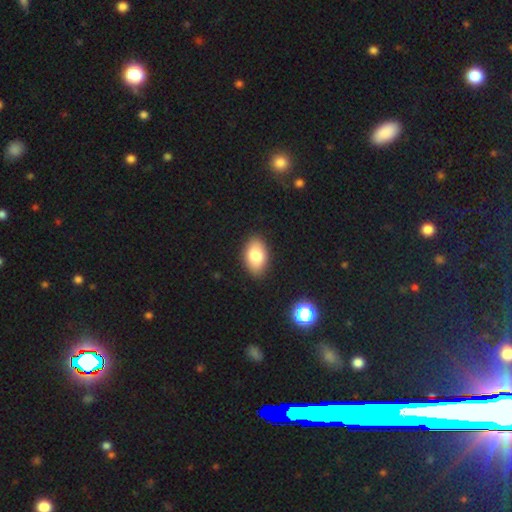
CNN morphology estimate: A smooth galaxy with no disk features (82%) that is in between round and cigar-shaped (91%). Merging: none (86%).